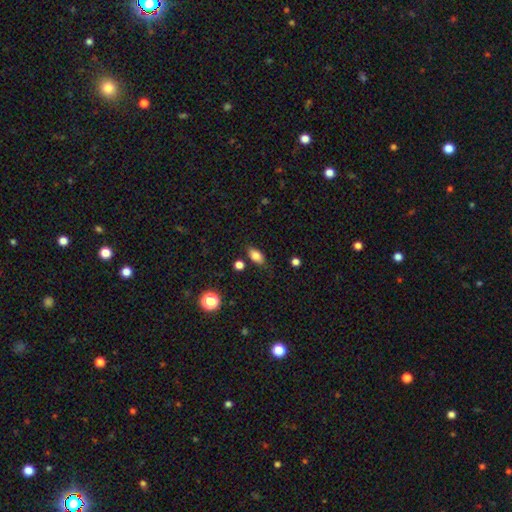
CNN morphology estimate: Smooth or featured: smooth — 82% (star or artifact — 10%)
How rounded: in between — 85% (round — 10%)
Merging: none — 78% (minor disturbance — 15%)